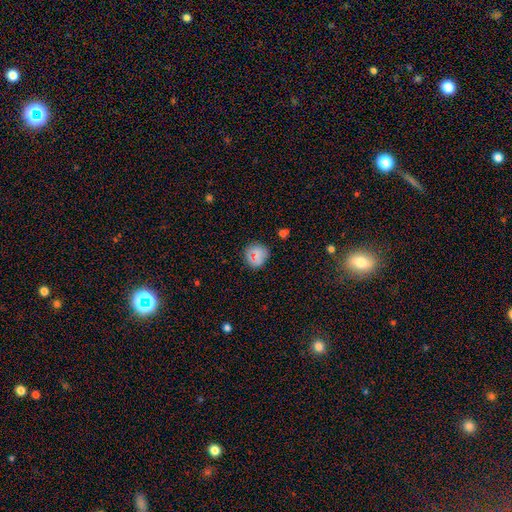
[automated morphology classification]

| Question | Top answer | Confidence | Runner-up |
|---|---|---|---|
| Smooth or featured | smooth | 74% | star or artifact (16%) |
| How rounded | round | 91% | in between (8%) |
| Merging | none | 84% | minor disturbance (10%) |